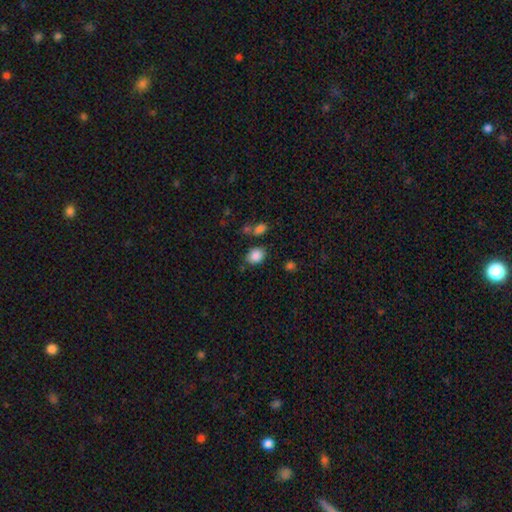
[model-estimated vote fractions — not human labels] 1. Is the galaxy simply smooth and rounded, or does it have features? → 86% smooth, 9% star or artifact, 5% featured or disk.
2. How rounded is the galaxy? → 58% in between, 41% round, 1% cigar-shaped.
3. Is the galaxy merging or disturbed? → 74% none, 15% minor disturbance, 7% merger, 4% major disturbance.